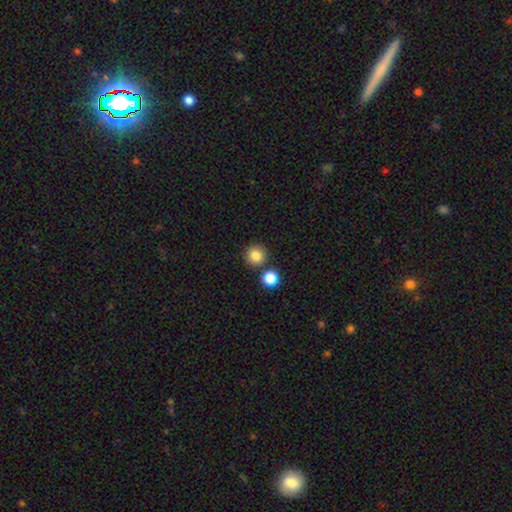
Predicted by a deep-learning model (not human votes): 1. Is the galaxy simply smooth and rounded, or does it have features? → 85% smooth, 10% star or artifact, 5% featured or disk.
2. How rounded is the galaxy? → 94% round, 6% in between, 1% cigar-shaped.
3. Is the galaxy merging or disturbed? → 81% none, 10% merger, 7% minor disturbance, 2% major disturbance.